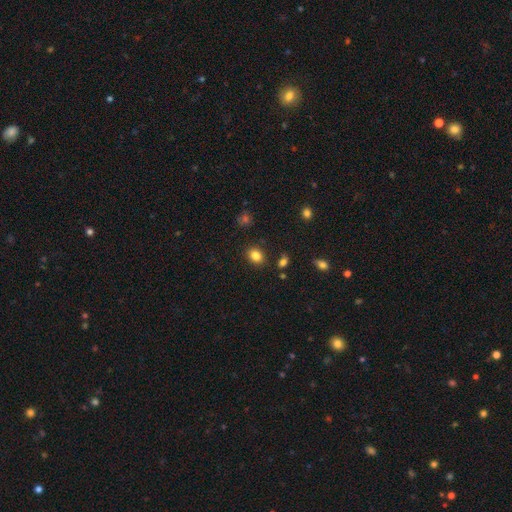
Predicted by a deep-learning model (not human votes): This appears to be a smooth galaxy with no disk features (83%) that is in between round and cigar-shaped (51%). Merging: none (85%).